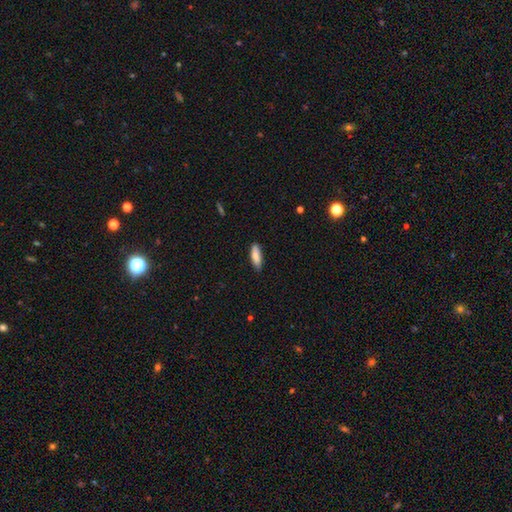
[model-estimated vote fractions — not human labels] Smooth or featured? Predicted: smooth (p=0.85). How rounded? Predicted: in between (p=0.57). Merging? Predicted: none (p=0.84).